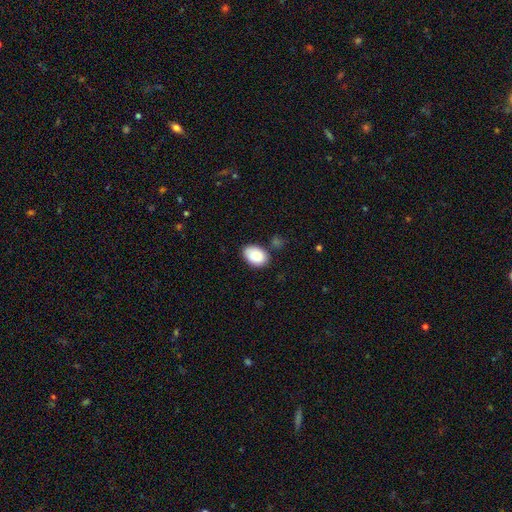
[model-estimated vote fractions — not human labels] The model was most divided on "merging": none: 74%, minor disturbance: 17%, merger: 5%, major disturbance: 4%. More confident: smooth or featured — smooth (88%); how rounded — in between (87%).